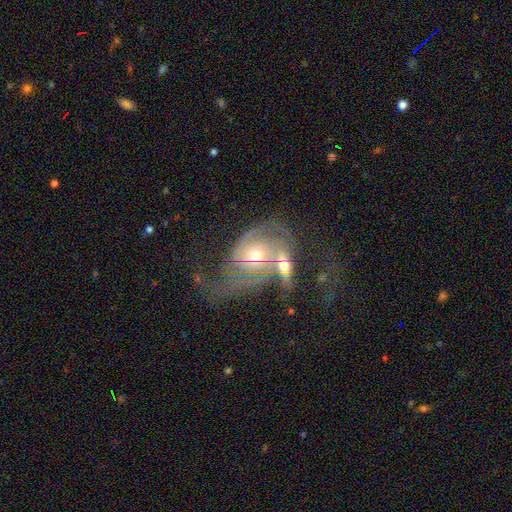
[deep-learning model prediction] featured or disk 79%, smooth 14%, star or artifact 7%. Down the decision tree: edge-on disk — no (95%); bar — no (72%); spiral arms — yes (90%); spiral arm count — 2 (53%); spiral winding — tight (40%); bulge size — moderate (58%); merging — merger (47%).